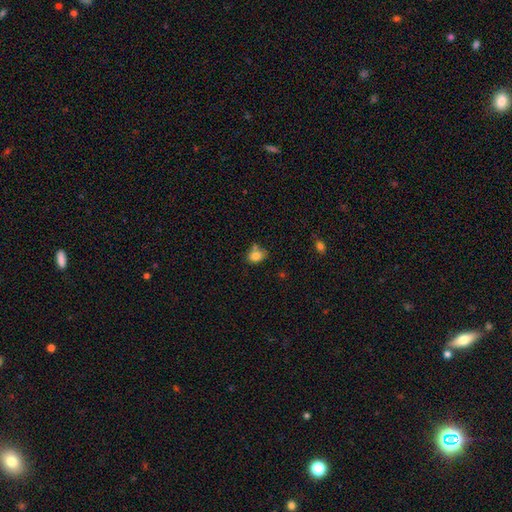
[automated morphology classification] Smooth or featured?
  - smooth: 81% *
  - star or artifact: 10%
  - featured or disk: 9%
How rounded?
  - in between: 61% *
  - round: 38%
  - cigar-shaped: 1%
Merging?
  - none: 50% *
  - minor disturbance: 23%
  - merger: 20%
  - major disturbance: 7%